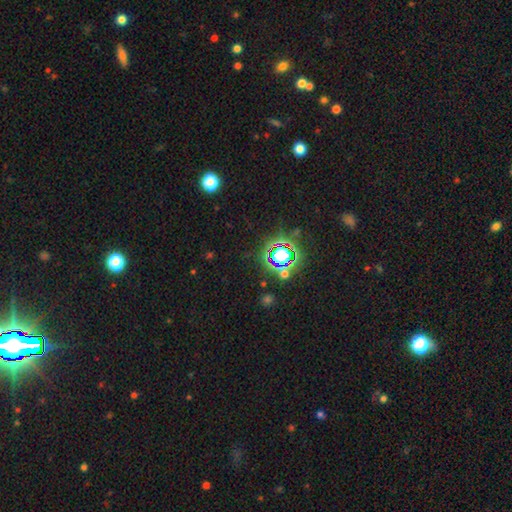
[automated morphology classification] A star or artifact, not a galaxy (78%).